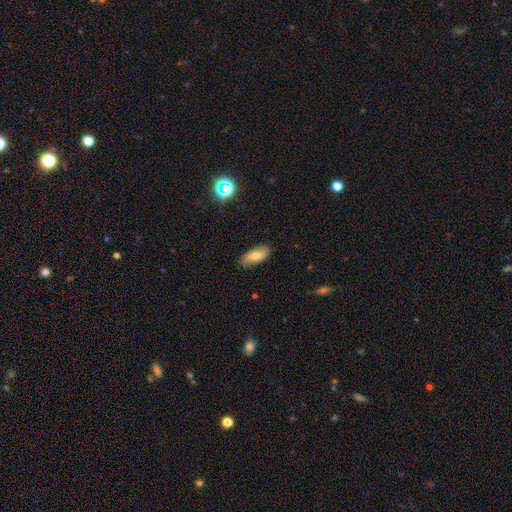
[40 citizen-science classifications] Smooth or featured? 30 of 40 (75%) said smooth. How rounded? 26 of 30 (87%) said in between. Merging? 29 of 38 (76%) said none.